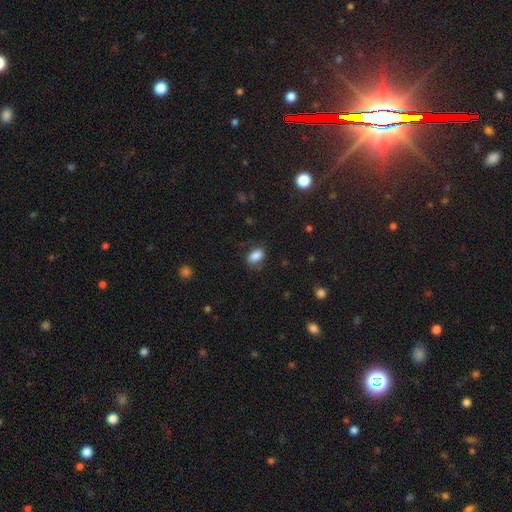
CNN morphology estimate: Q: Smooth or featured?
A: smooth (86%); runner-up: star or artifact (9%)
Q: How rounded?
A: in between (90%); runner-up: round (7%)
Q: Merging?
A: none (80%); runner-up: minor disturbance (14%)